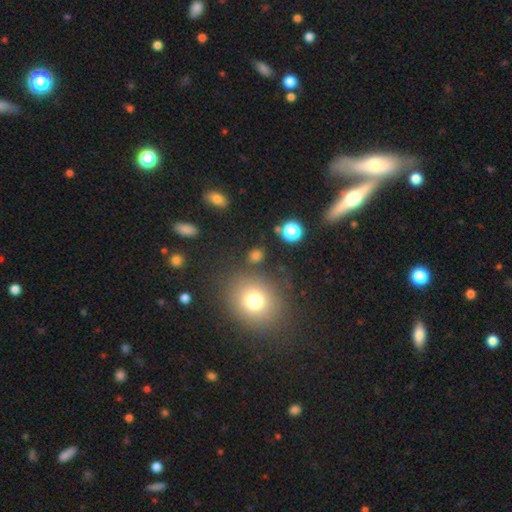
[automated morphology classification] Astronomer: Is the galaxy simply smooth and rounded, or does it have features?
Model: smooth — 70%.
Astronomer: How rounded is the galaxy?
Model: round — 74%.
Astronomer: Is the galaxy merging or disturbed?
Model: none — 78%.